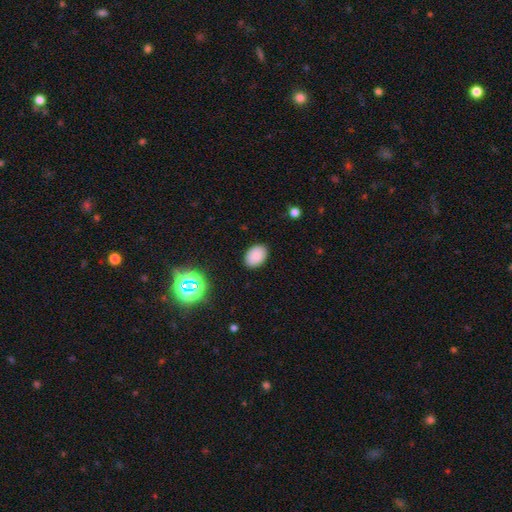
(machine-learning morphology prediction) Smooth or featured?
  - smooth: 86% *
  - star or artifact: 10%
  - featured or disk: 4%
How rounded?
  - in between: 84% *
  - round: 15%
  - cigar-shaped: 1%
Merging?
  - none: 89% *
  - minor disturbance: 8%
  - major disturbance: 2%
  - merger: 1%